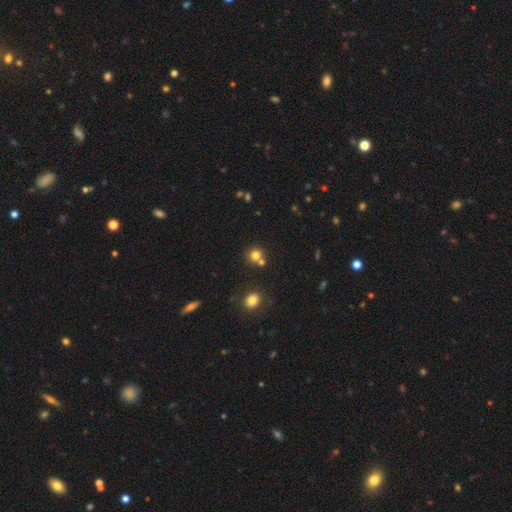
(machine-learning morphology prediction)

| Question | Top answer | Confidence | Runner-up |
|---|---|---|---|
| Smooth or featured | smooth | 76% | star or artifact (16%) |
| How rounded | round | 88% | in between (11%) |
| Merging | none | 66% | merger (24%) |